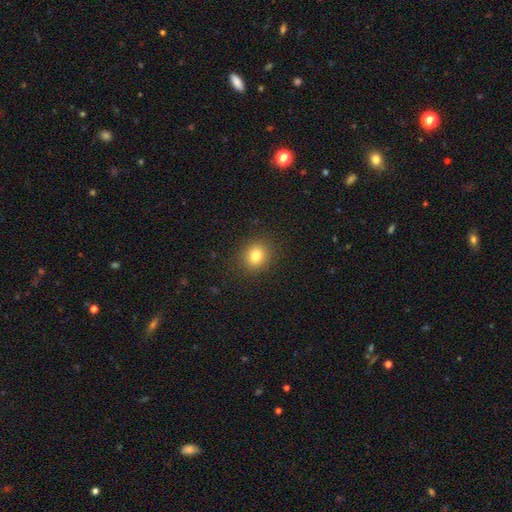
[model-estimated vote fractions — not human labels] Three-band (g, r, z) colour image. It shows a smooth galaxy with no disk features (80%) that is round (75%). Merging: none (89%).